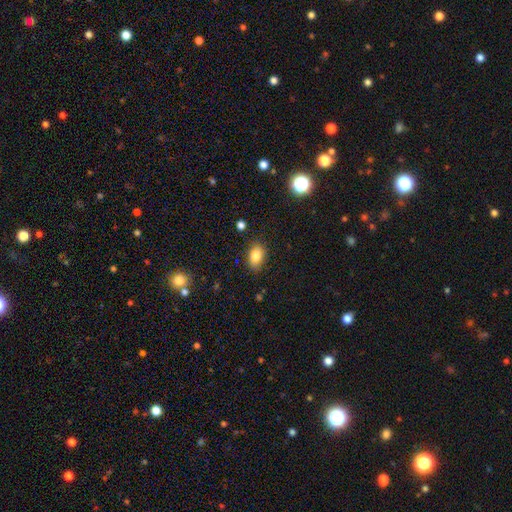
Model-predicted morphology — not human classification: Smooth or featured?
  - smooth: 82% *
  - star or artifact: 10%
  - featured or disk: 8%
How rounded?
  - in between: 82% *
  - round: 16%
  - cigar-shaped: 2%
Merging?
  - none: 82% *
  - minor disturbance: 14%
  - major disturbance: 3%
  - merger: 1%